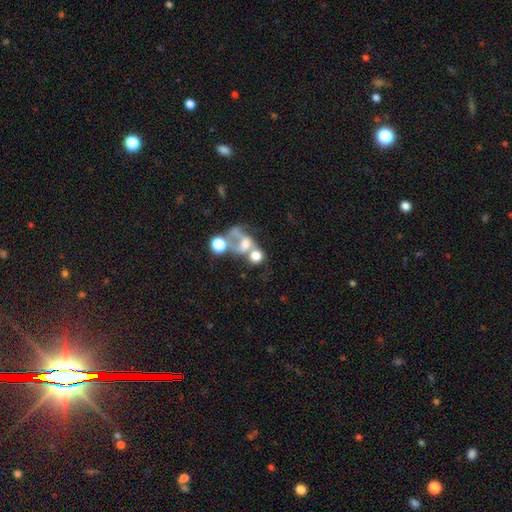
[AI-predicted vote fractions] smooth-or-featured: smooth: 51% | featured or disk: 32% | star or artifact: 18%
  how-rounded: round: 59% | in between: 39% | cigar-shaped: 2%
  merging: merger: 54% | none: 19% | major disturbance: 18% | minor disturbance: 8%